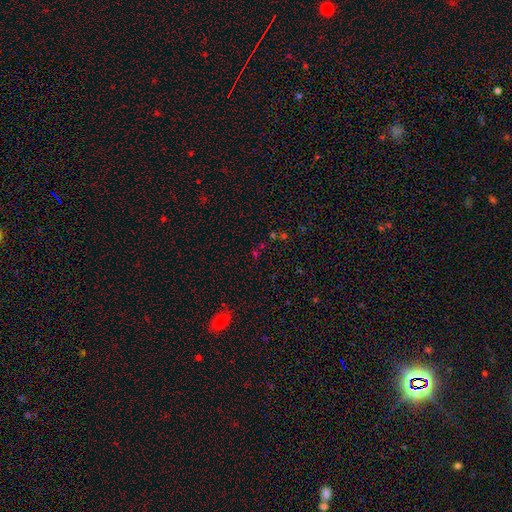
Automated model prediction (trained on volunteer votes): A star or artifact, not a galaxy (54%).